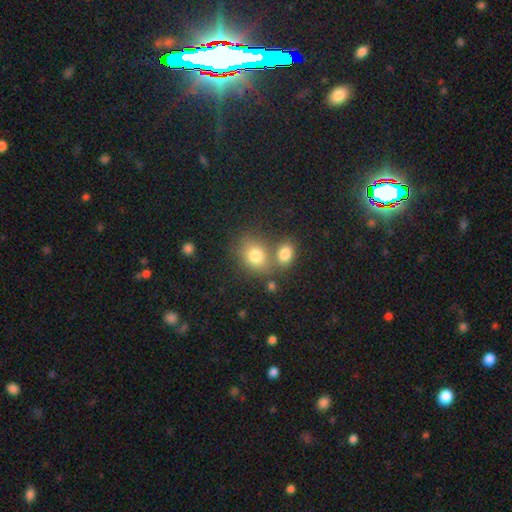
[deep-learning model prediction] The model was most divided on "how rounded": in between: 50%, round: 49%, cigar-shaped: 1%. Remaining: smooth or featured — smooth (79%); merging — none (49%).